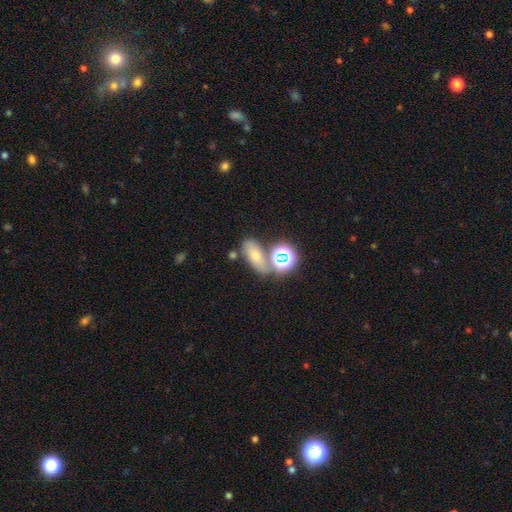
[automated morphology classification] This is likely a smooth galaxy (60%). How rounded: likely in between (69%). Merging: possibly none (59%).